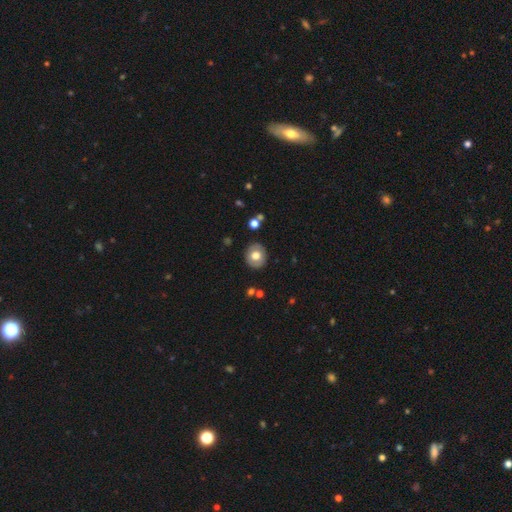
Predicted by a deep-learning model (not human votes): A smooth galaxy with no disk features (64%) that is round (74%).

Vote fractions:
- Smooth or featured? smooth: 64% / featured or disk: 28% / star or artifact: 8%
- How rounded? round: 74% / in between: 25% / cigar-shaped: 1%
- Merging? none: 86% / minor disturbance: 9% / major disturbance: 3% / merger: 2%